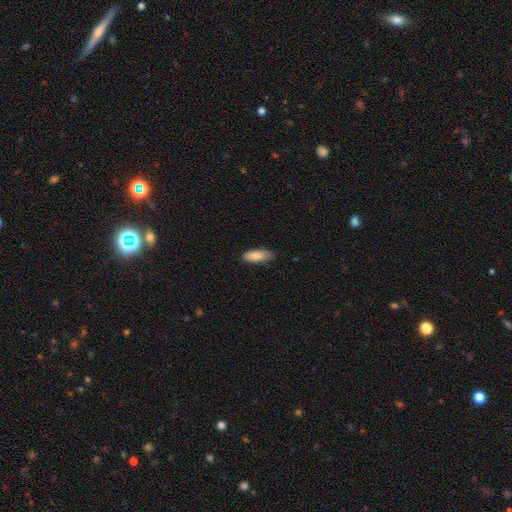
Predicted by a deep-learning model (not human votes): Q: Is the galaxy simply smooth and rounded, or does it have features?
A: smooth — 84%.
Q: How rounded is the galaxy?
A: in between — 76%.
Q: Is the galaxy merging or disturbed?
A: none — 73%.